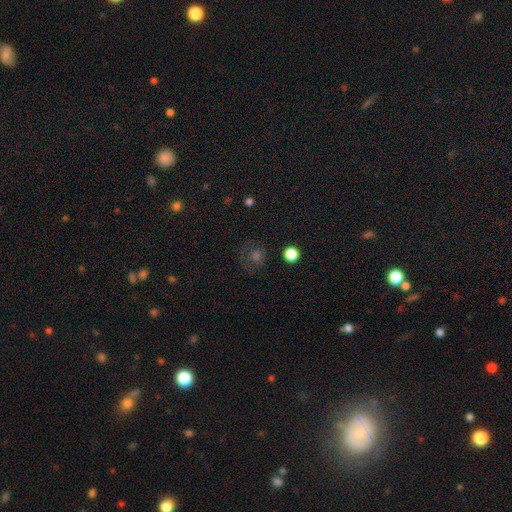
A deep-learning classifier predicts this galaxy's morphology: smooth 55%, star or artifact 27%, featured or disk 18%. Down the decision tree: how rounded — round (80%); merging — none (69%).